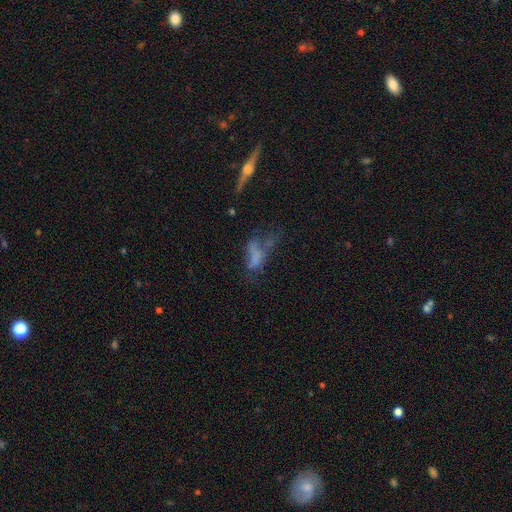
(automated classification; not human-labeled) Smooth or featured? featured or disk (42%)
Merging? major disturbance (40%)